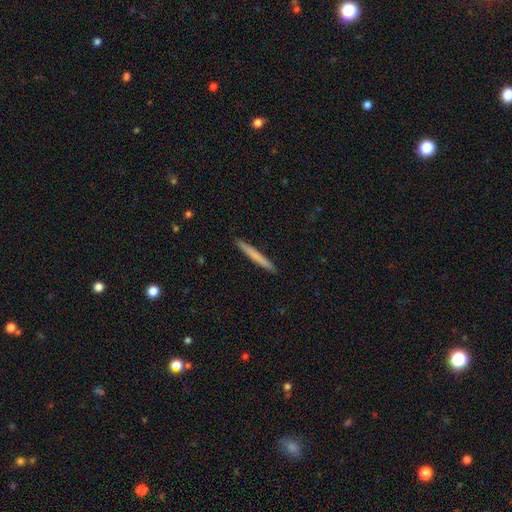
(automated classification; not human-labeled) Smooth or featured? smooth (70%)
How rounded? cigar-shaped (97%)
Merging? none (93%)